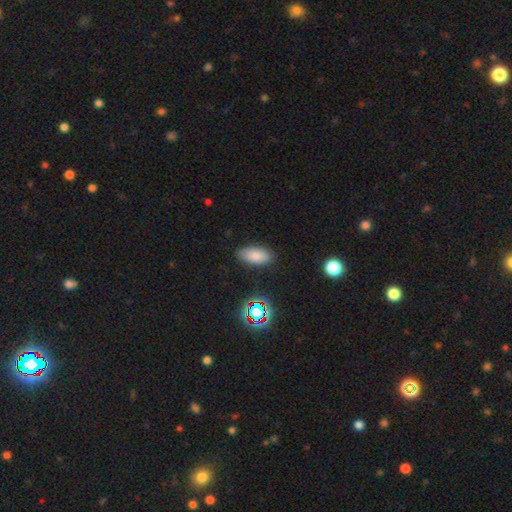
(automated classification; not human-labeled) Smooth or featured? smooth (80%)
How rounded? in between (90%)
Merging? none (85%)